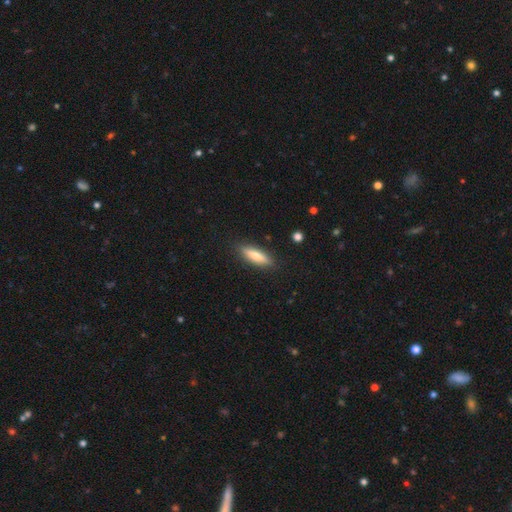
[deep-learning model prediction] Overall: smooth (64%; featured or disk 29%). How rounded: cigar-shaped (63%; in between 35%). Merging: none (88%).